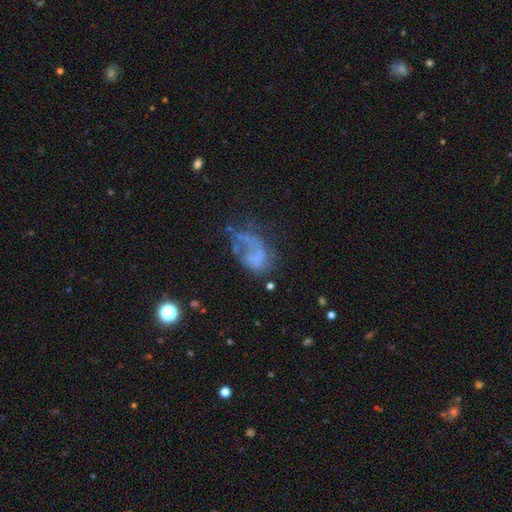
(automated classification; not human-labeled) This is possibly a featured or disk galaxy (47%). Merging: marginally major disturbance (39%).